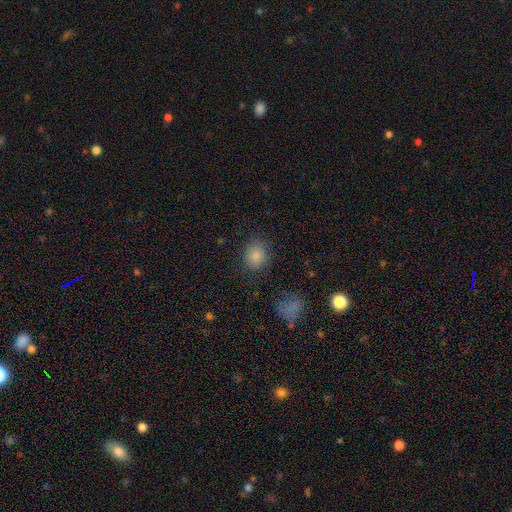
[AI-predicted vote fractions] This appears to be a smooth galaxy with no disk features (84%) that is round (70%). Merging: none (81%).